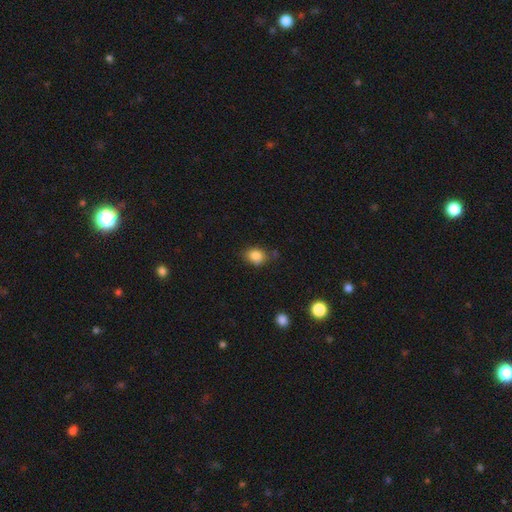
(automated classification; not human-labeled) smooth 84%, star or artifact 10%, featured or disk 6%. Down the decision tree: how rounded — in between (51%); merging — none (72%).